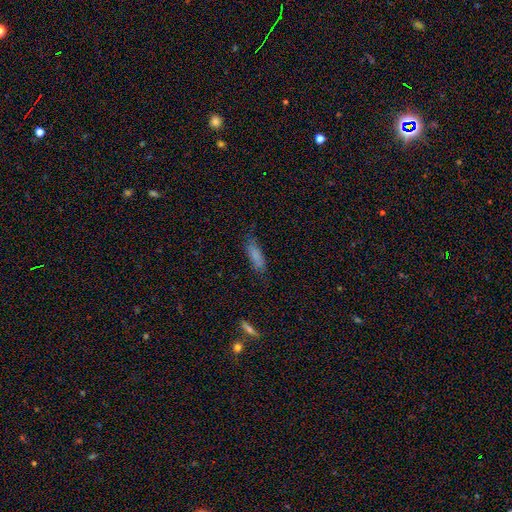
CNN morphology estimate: Smooth or featured? Predicted: smooth (p=0.79). How rounded? Predicted: cigar-shaped (p=0.58). Merging? Predicted: none (p=0.72).